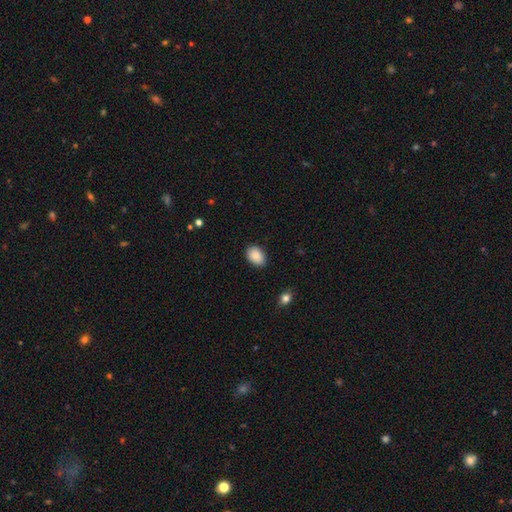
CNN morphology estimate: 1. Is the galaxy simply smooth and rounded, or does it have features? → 89% smooth, 7% star or artifact, 4% featured or disk.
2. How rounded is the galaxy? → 82% in between, 17% round, 1% cigar-shaped.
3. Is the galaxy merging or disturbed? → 87% none, 10% minor disturbance, 2% major disturbance, 1% merger.